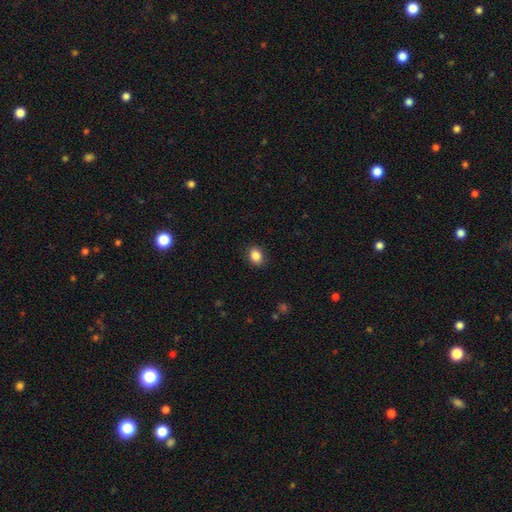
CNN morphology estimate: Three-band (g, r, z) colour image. It shows a smooth galaxy with no disk features (86%) that is in between round and cigar-shaped (53%). Merging: none (87%).